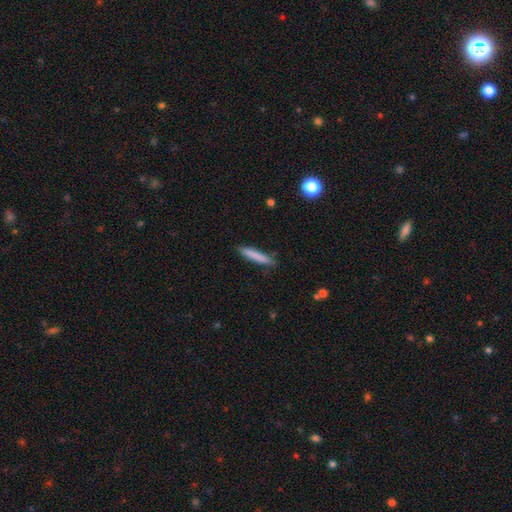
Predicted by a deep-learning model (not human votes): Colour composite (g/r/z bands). It shows a smooth galaxy with no disk features (82%) that is cigar-shaped (91%). Merging: none (83%).